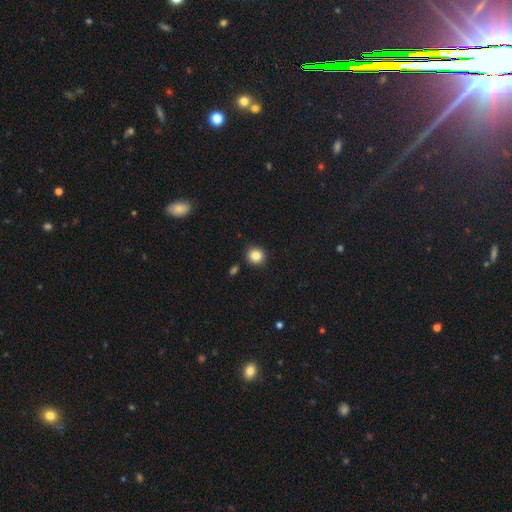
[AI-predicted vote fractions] Morphology: type=smooth (85%); roundness=round (89%); merging=none (88%).